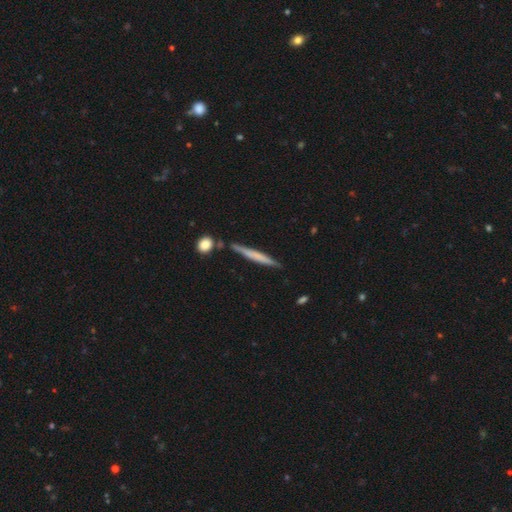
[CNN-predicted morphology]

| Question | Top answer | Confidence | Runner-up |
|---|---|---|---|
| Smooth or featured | smooth | 53% | featured or disk (41%) |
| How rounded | cigar-shaped | 96% | in between (3%) |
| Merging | none | 82% | minor disturbance (11%) |